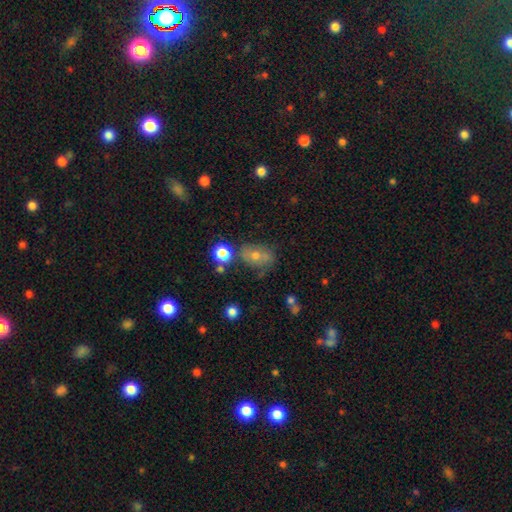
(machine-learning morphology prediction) The model was most divided on "smooth or featured": smooth: 51%, featured or disk: 28%, star or artifact: 21%. More confident: how rounded — in between (67%); merging — none (63%).